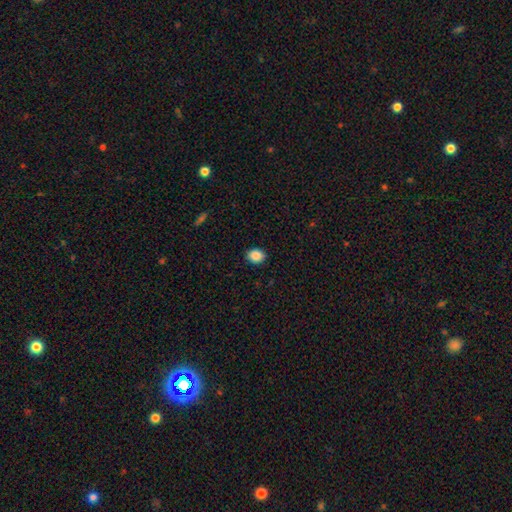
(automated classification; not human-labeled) Q: Smooth or featured?
A: smooth (88%); runner-up: star or artifact (9%)
Q: How rounded?
A: round (53%); runner-up: in between (46%)
Q: Merging?
A: none (90%); runner-up: minor disturbance (7%)